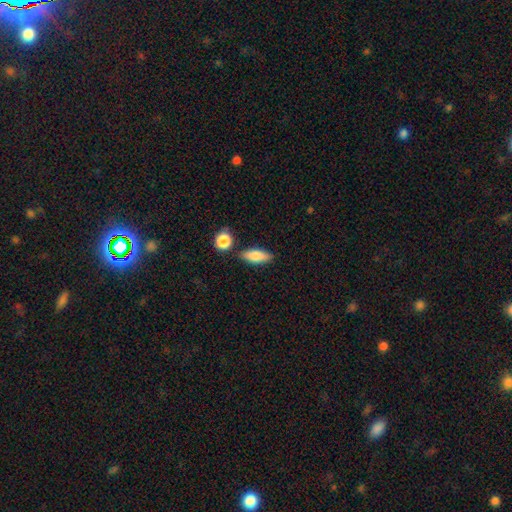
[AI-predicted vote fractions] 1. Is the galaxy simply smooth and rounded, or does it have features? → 79% smooth, 14% featured or disk, 7% star or artifact.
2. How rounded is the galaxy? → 72% in between, 24% cigar-shaped, 4% round.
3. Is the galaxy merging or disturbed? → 79% none, 11% minor disturbance, 6% merger, 3% major disturbance.